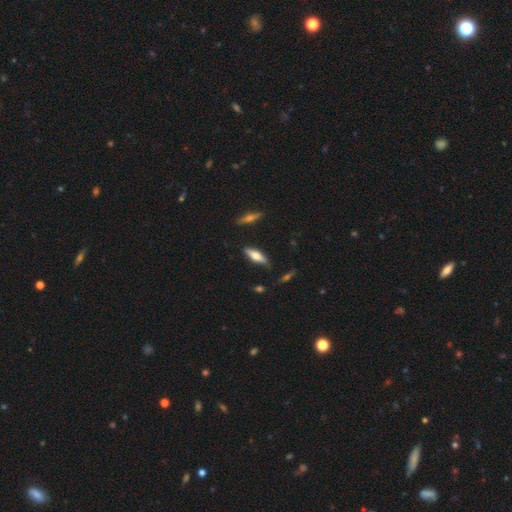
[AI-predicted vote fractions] The model was most divided on "how rounded" (2-way tie): in between: 49%, cigar-shaped: 49%, round: 2%. More confident: merging — none (81%); smooth or featured — smooth (59%).